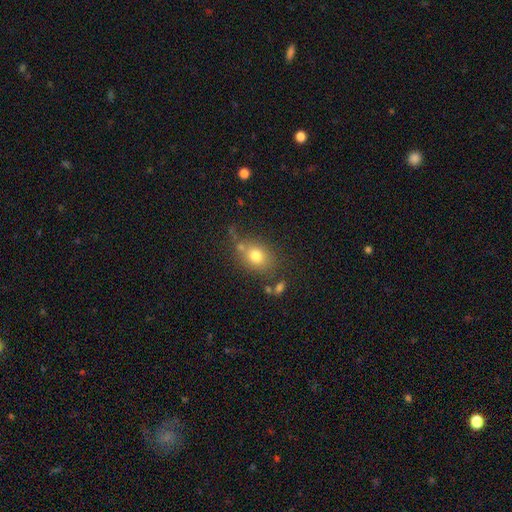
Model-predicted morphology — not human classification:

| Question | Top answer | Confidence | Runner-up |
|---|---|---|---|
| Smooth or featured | smooth | 76% | featured or disk (12%) |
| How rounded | in between | 51% | round (48%) |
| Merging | none | 64% | minor disturbance (17%) |